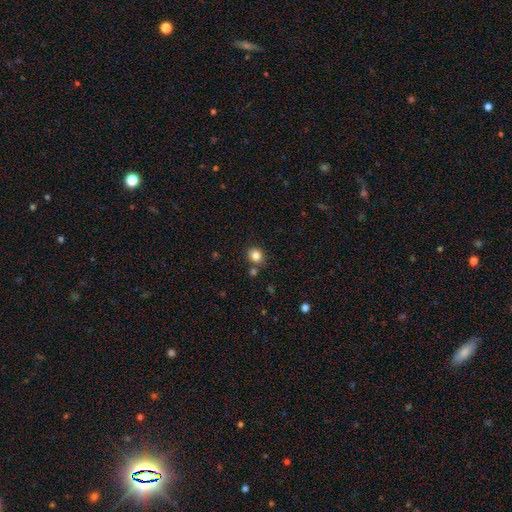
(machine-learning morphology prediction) smooth 83%, star or artifact 12%, featured or disk 5%. Down the decision tree: how rounded — round (80%); merging — none (76%).